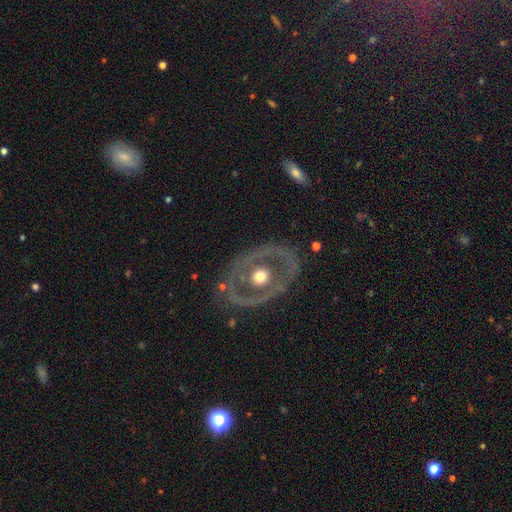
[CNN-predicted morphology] Smooth or featured? featured or disk (75%)
Edge-on disk? no (93%)
Bar? no (69%)
Spiral arms? no (65%)
Bulge size? moderate (72%)
Merging? none (79%)